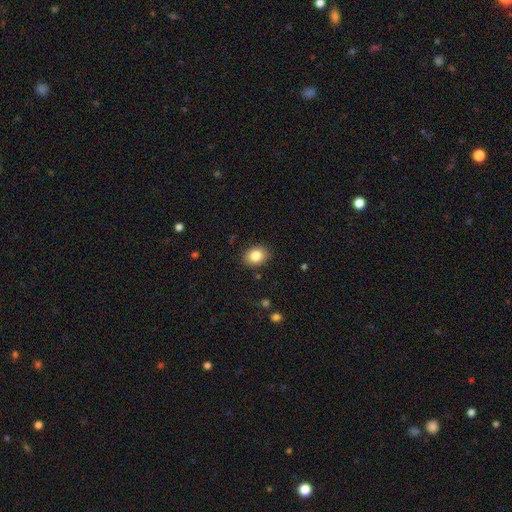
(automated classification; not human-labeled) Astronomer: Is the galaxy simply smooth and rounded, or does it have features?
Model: smooth — 85%.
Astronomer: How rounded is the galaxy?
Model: in between — 57% (runner-up: round, 42%).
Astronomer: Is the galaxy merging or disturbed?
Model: none — 87%.